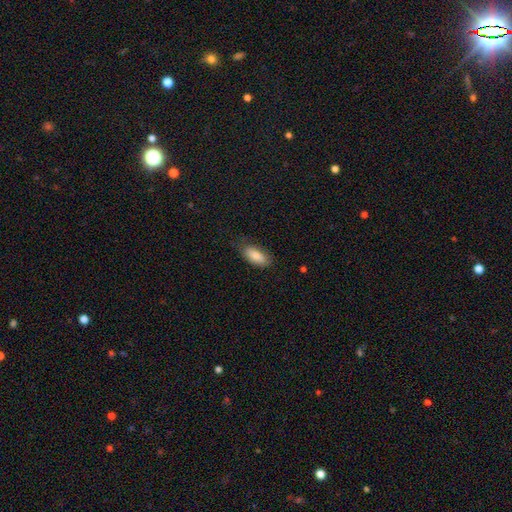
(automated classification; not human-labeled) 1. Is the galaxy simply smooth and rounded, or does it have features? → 84% smooth, 10% featured or disk, 6% star or artifact.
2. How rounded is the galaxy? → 88% in between, 10% cigar-shaped, 2% round.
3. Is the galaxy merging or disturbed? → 73% none, 21% minor disturbance, 5% major disturbance, 1% merger.